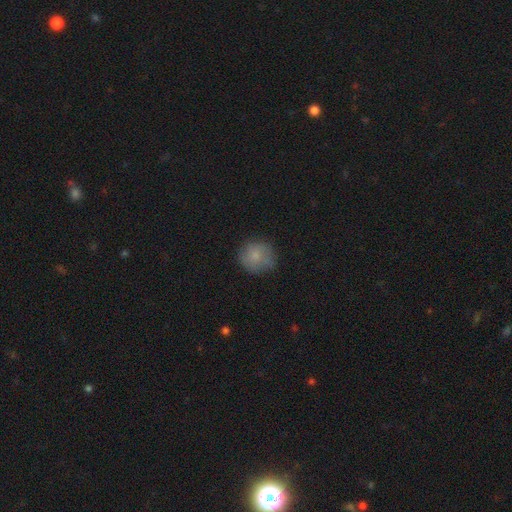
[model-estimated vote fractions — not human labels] The model was most divided on "merging": none: 71%, minor disturbance: 21%, major disturbance: 6%, merger: 2%. More confident: how rounded — round (89%); smooth or featured — smooth (78%).